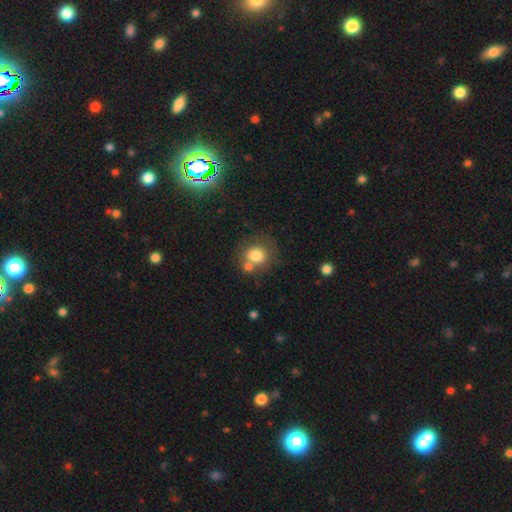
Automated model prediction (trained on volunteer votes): A smooth galaxy with no disk features (79%) that is round (79%). Merging: none (54%).